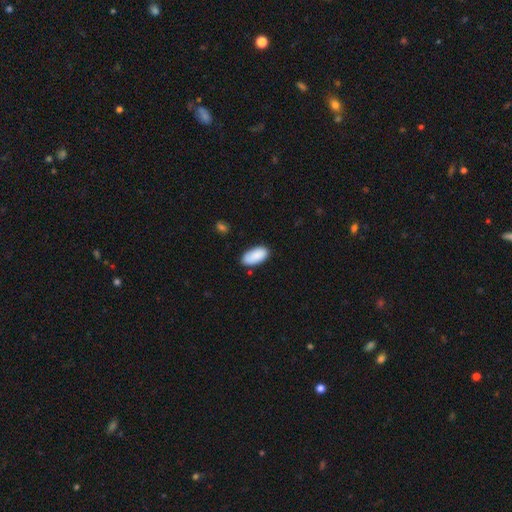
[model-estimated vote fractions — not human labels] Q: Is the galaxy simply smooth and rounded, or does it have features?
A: smooth — 89%.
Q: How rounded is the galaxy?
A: in between — 94%.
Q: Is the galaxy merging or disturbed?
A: none — 81%.